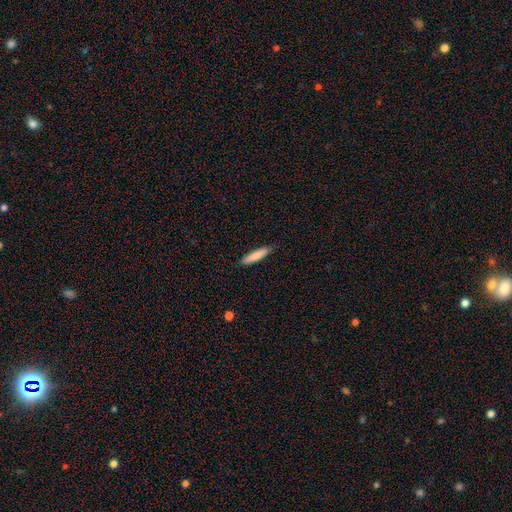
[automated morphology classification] Q: Smooth or featured?
A: smooth (80%); runner-up: featured or disk (15%)
Q: How rounded?
A: cigar-shaped (84%); runner-up: in between (15%)
Q: Merging?
A: none (85%); runner-up: minor disturbance (12%)